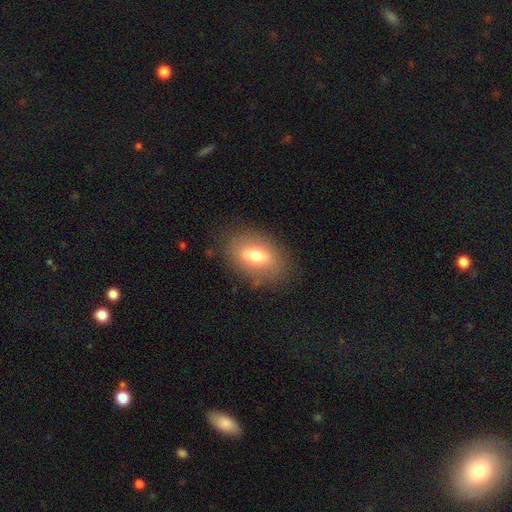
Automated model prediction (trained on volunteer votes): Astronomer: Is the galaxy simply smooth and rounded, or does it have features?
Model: smooth — 67%.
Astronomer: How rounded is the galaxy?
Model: in between — 84%.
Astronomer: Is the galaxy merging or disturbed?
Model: none — 80%.